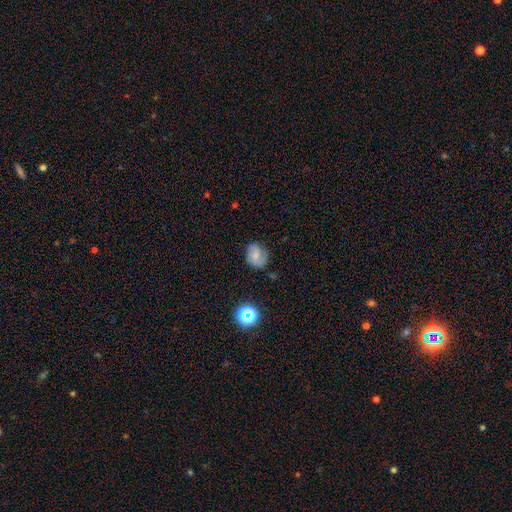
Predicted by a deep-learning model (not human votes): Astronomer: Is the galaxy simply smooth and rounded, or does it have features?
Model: smooth — 45% (runner-up: featured or disk, 43%).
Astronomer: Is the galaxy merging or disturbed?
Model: none — 63%.